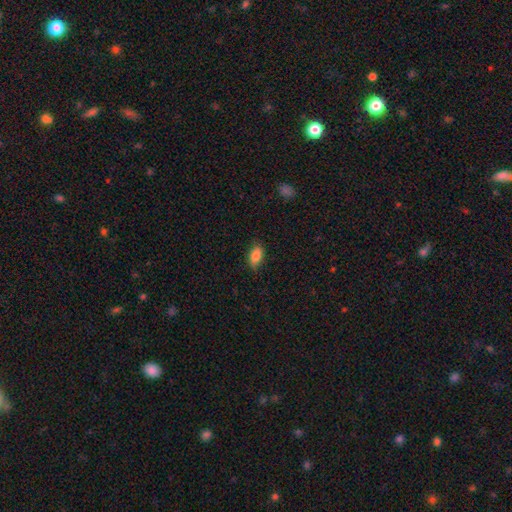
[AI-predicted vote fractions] smooth_or_featured: smooth (p=0.85) [alt: star or artifact p=0.08]
how_rounded: in between (p=0.90) [alt: cigar-shaped p=0.06]
merging: none (p=0.81) [alt: minor disturbance p=0.15]